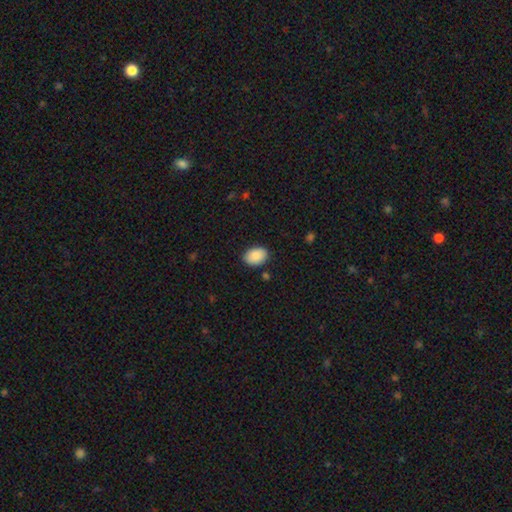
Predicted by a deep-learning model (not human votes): smooth 89%, star or artifact 7%, featured or disk 5%. Down the decision tree: how rounded — in between (81%); merging — none (87%).